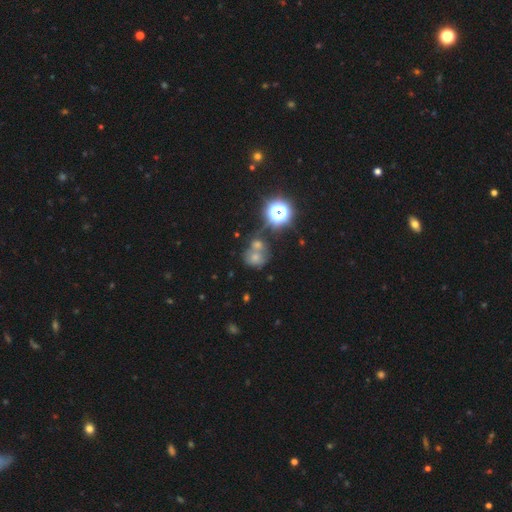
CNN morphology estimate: Q: Smooth or featured?
A: smooth (56%); runner-up: star or artifact (26%)
Q: How rounded?
A: round (76%); runner-up: in between (23%)
Q: Merging?
A: merger (54%); runner-up: none (32%)